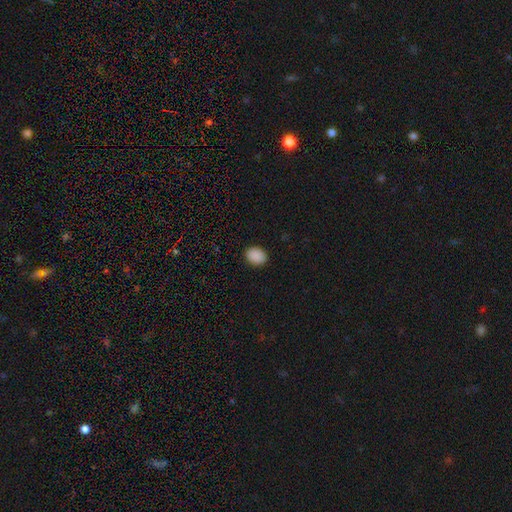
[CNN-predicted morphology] This is clearly a smooth galaxy (89%). How rounded: likely in between (66%). Merging: clearly none (90%).